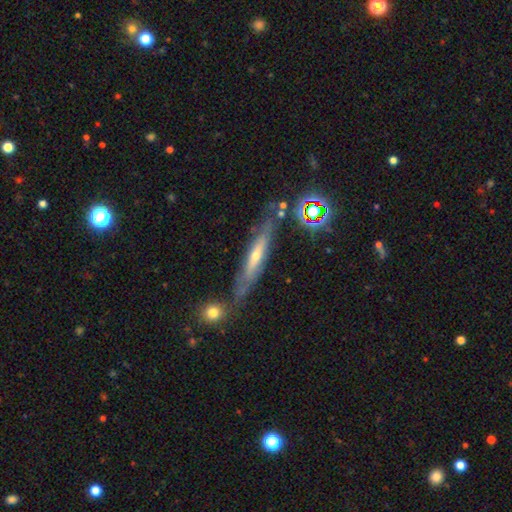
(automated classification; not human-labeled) A featured or disk galaxy (61%) viewed edge-on (77%).

Vote fractions:
- Smooth or featured? featured or disk: 61% / smooth: 29% / star or artifact: 10%
- Edge-on disk? yes: 77% / no: 23%
- Merging? none: 68% / minor disturbance: 20% / major disturbance: 6% / merger: 6%